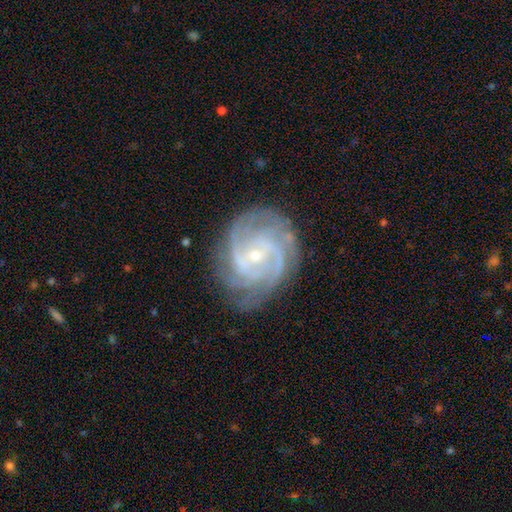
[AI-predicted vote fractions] A featured or disk galaxy (91%) with no bar (45%), 3 (29%) tight (60%) spiral arms (98%) and a small central bulge (78%). Merging: none (77%).